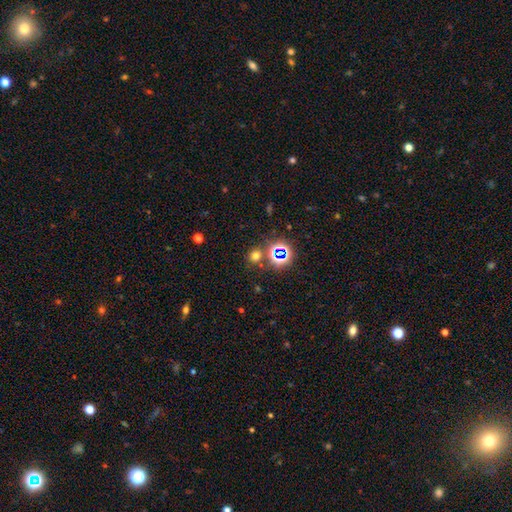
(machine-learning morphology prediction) A smooth galaxy with no disk features (60%) that is round (85%). Merging: none (79%).